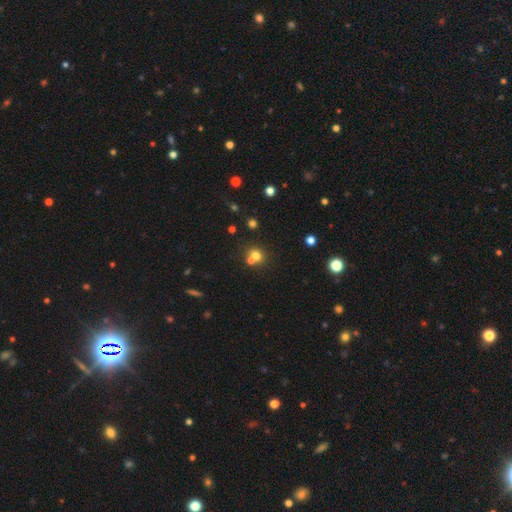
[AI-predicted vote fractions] smooth-or-featured: smooth: 69% | star or artifact: 19% | featured or disk: 12%
  how-rounded: round: 79% | in between: 20% | cigar-shaped: 1%
  merging: none: 51% | merger: 39% | minor disturbance: 8% | major disturbance: 3%